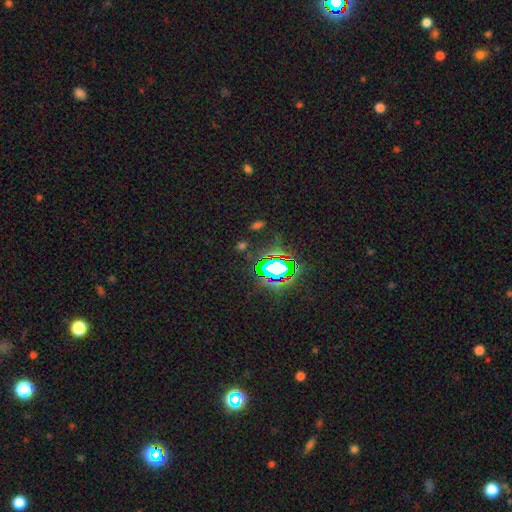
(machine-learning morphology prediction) Smooth or featured? star or artifact (81%)